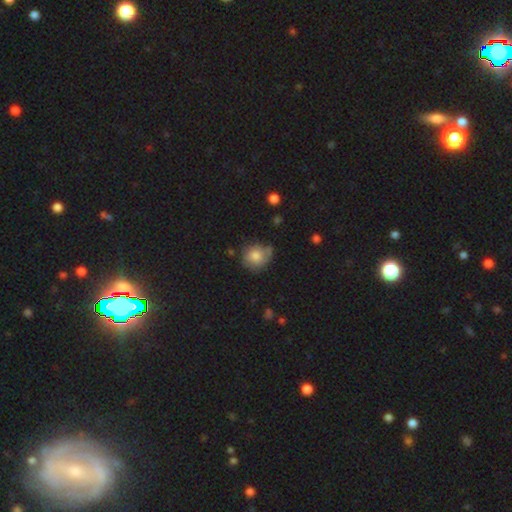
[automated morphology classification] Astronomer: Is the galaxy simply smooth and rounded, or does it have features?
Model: smooth — 73%.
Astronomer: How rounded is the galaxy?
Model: round — 75%.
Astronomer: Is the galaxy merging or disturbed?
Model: none — 57%.